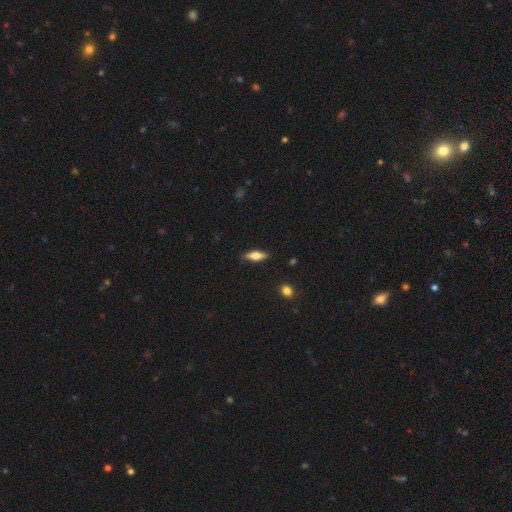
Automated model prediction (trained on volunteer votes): smooth_or_featured: smooth (p=0.56) [alt: featured or disk p=0.37]
how_rounded: in between (p=0.53) [alt: cigar-shaped p=0.44]
merging: none (p=0.85) [alt: minor disturbance p=0.11]